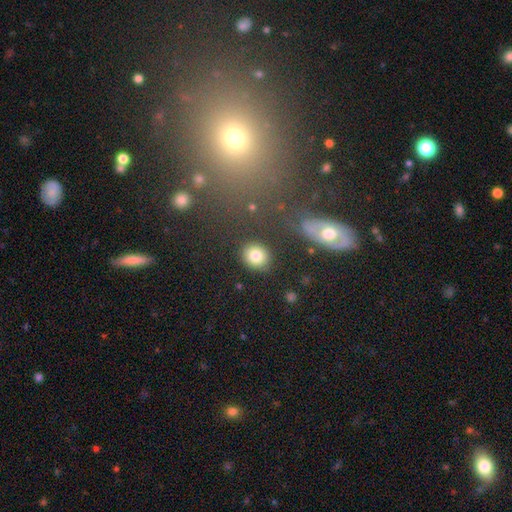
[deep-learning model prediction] smooth 82%, star or artifact 10%, featured or disk 9%. Down the decision tree: how rounded — round (72%); merging — none (85%).